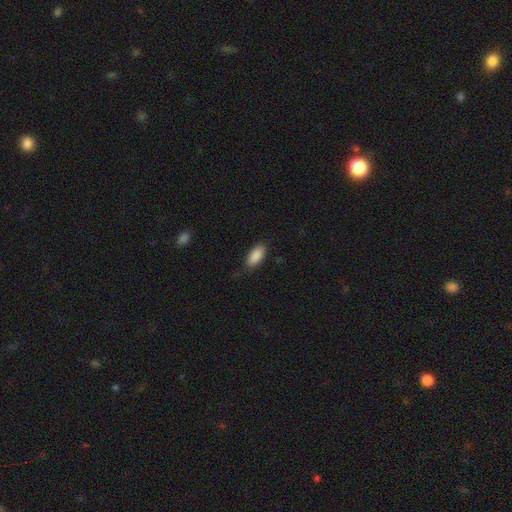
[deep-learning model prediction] This is clearly a smooth galaxy (89%). How rounded: clearly in between (91%). Merging: clearly none (81%).